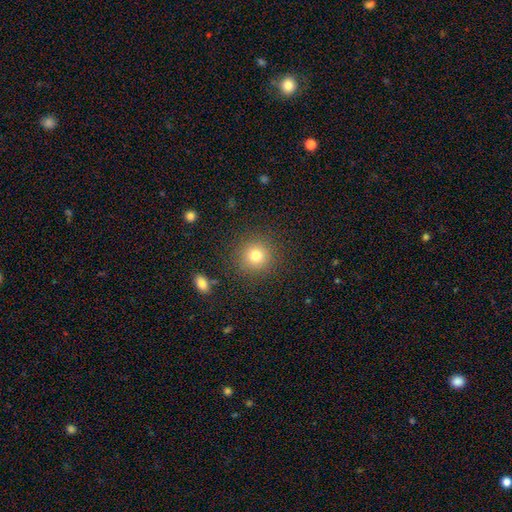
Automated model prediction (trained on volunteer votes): Morphology: type=smooth (78%); roundness=round (93%); merging=none (88%).